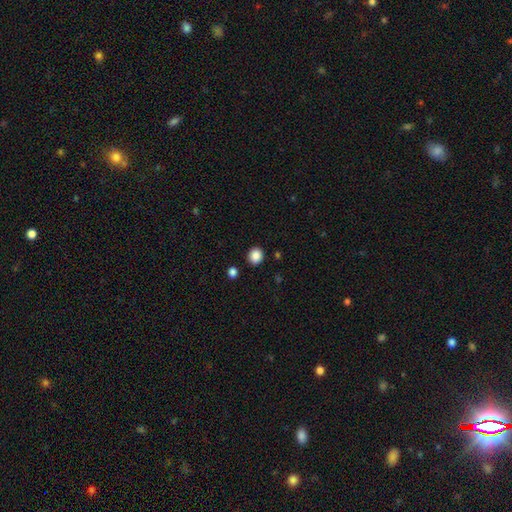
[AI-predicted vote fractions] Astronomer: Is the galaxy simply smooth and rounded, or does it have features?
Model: smooth — 87%.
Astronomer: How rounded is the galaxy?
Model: round — 82%.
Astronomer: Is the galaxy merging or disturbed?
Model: none — 89%.